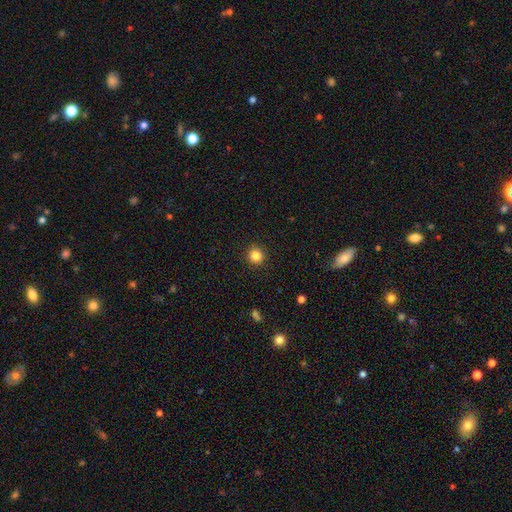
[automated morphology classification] smooth-or-featured: smooth: 84% | star or artifact: 11% | featured or disk: 5%
  how-rounded: round: 93% | in between: 6% | cigar-shaped: 1%
  merging: none: 92% | minor disturbance: 5% | major disturbance: 2% | merger: 1%